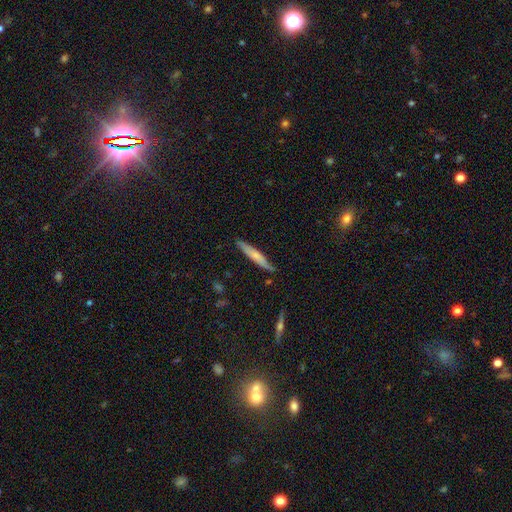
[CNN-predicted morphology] smooth 57%, featured or disk 37%, star or artifact 6%. Down the decision tree: how rounded — cigar-shaped (93%); merging — none (81%).